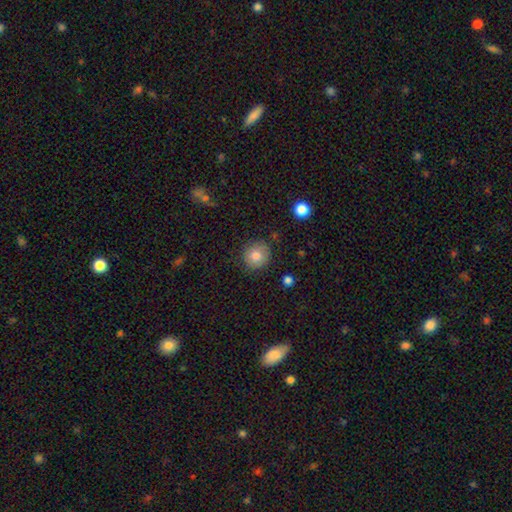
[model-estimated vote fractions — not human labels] Overall: smooth (79%). How rounded: round (91%). Merging: none (84%).